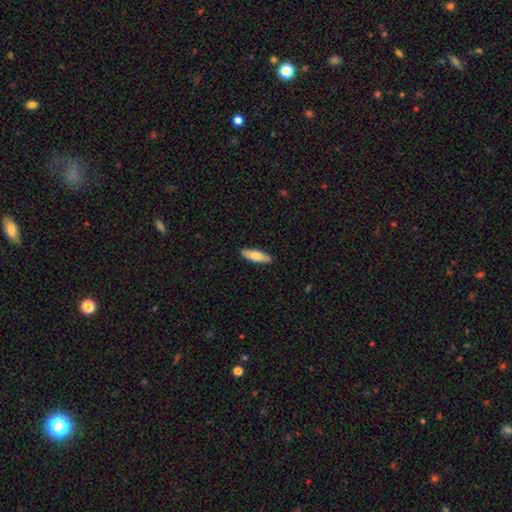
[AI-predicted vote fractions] Overall: smooth (72%). How rounded: cigar-shaped (50%; in between 48%). Merging: none (88%).